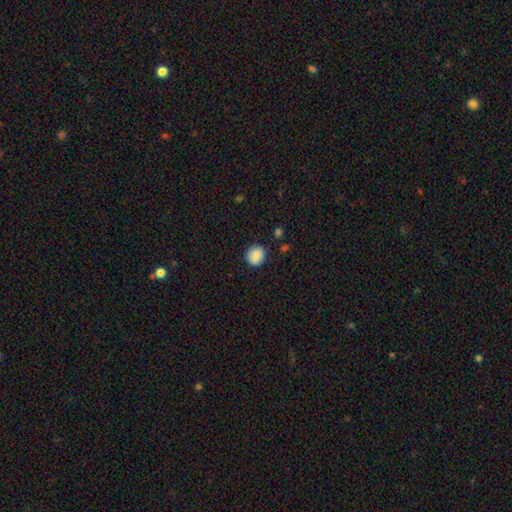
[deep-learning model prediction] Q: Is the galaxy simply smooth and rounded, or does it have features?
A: smooth — 89%.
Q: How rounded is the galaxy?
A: round — 80%.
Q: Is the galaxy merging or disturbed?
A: none — 87%.